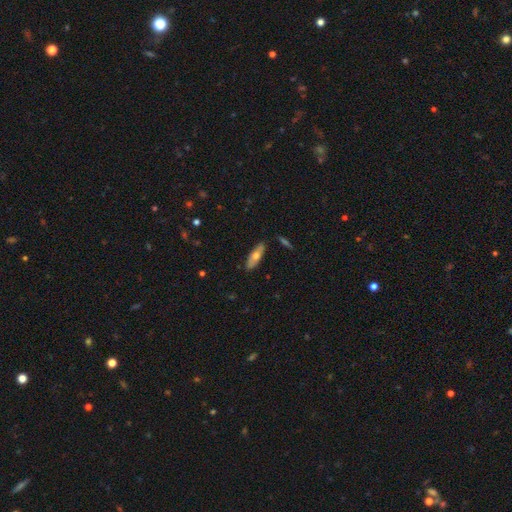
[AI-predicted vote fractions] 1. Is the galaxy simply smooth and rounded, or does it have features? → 59% smooth, 34% featured or disk, 6% star or artifact.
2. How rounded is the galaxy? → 49% in between, 48% cigar-shaped, 3% round.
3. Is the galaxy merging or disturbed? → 86% none, 10% minor disturbance, 2% major disturbance, 2% merger.